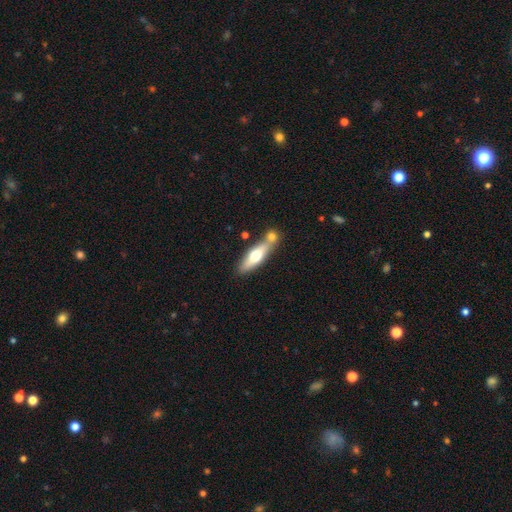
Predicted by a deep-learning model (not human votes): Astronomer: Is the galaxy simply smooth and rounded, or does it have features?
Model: smooth — 55% (runner-up: featured or disk, 39%).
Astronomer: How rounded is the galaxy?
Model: cigar-shaped — 58% (runner-up: in between, 39%).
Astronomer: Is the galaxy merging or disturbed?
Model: none — 54% (runner-up: merger, 31%).